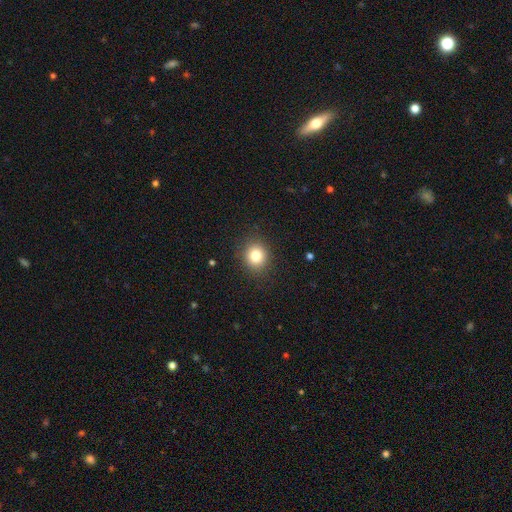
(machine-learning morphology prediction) A smooth galaxy with no disk features (82%) that is round (79%). Merging: none (88%).